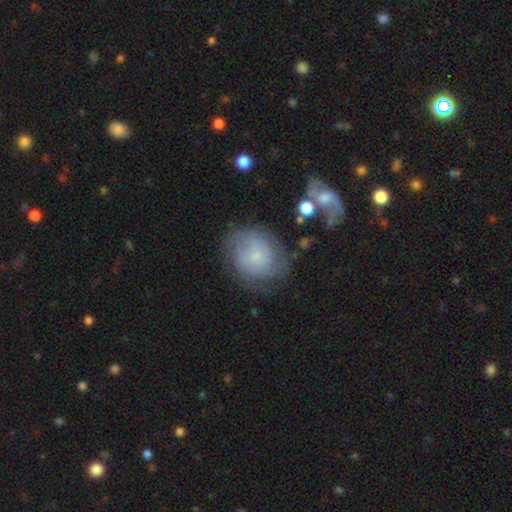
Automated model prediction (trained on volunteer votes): smooth_or_featured: featured or disk (p=0.60) [alt: smooth p=0.32]
disk_edge_on: no (p=0.97) [alt: yes p=0.03]
bar: no (p=0.70) [alt: weak p=0.26]
has_spiral_arms: yes (p=0.86) [alt: no p=0.14]
spiral_winding: tight (p=0.54) [alt: medium p=0.33]
spiral_arm_count: can't tell (p=0.44) [alt: 2 p=0.24]
bulge_size: small (p=0.72) [alt: moderate p=0.13]
merging: none (p=0.65) [alt: minor disturbance p=0.20]